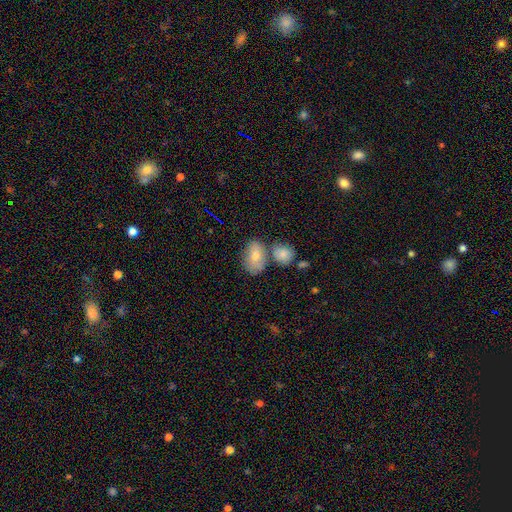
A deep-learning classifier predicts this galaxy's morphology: smooth_or_featured: smooth (p=0.70) [alt: featured or disk p=0.19]
how_rounded: in between (p=0.80) [alt: round p=0.18]
merging: none (p=0.48) [alt: merger p=0.31]